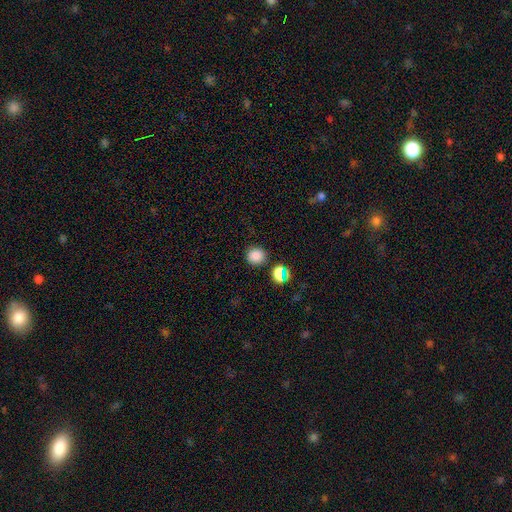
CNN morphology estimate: smooth-or-featured: smooth: 81% | star or artifact: 15% | featured or disk: 4%
  how-rounded: round: 86% | in between: 13% | cigar-shaped: 1%
  merging: none: 85% | minor disturbance: 8% | merger: 5% | major disturbance: 3%